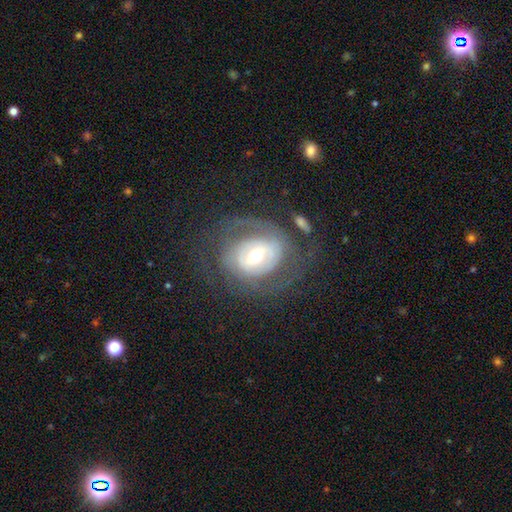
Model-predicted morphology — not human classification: Smooth or featured? featured or disk (75%)
Edge-on disk? no (96%)
Bar? weak (41%)
Spiral arms? yes (74%)
Spiral winding? tight (53%)
Spiral arm count? 2 (51%)
Bulge size? moderate (68%)
Merging? none (62%)